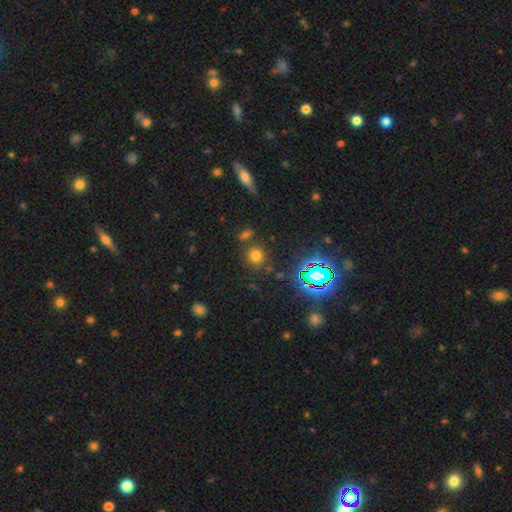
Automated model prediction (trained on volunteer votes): This is likely a smooth galaxy (67%). How rounded: clearly round (85%). Merging: likely none (78%).